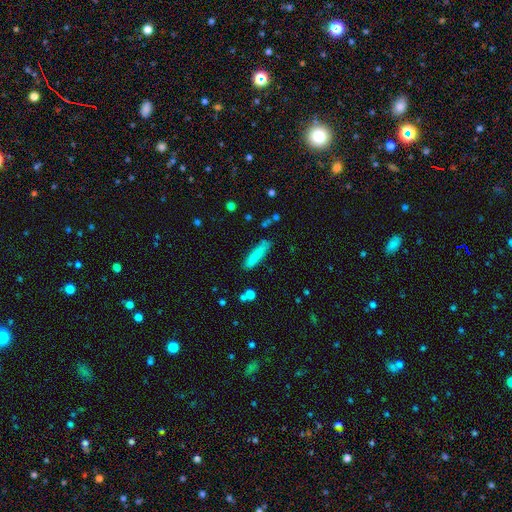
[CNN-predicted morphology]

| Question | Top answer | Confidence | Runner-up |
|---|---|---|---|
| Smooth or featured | smooth | 82% | featured or disk (11%) |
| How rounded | cigar-shaped | 82% | in between (17%) |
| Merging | none | 78% | minor disturbance (15%) |